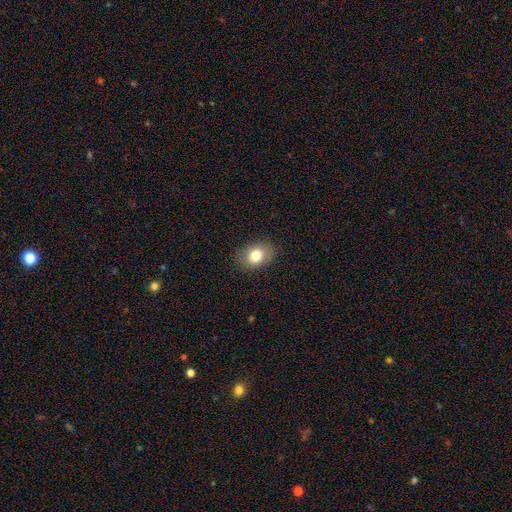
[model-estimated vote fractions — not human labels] Q: Smooth or featured?
A: smooth (80%); runner-up: featured or disk (11%)
Q: How rounded?
A: in between (69%); runner-up: round (30%)
Q: Merging?
A: none (85%); runner-up: minor disturbance (11%)